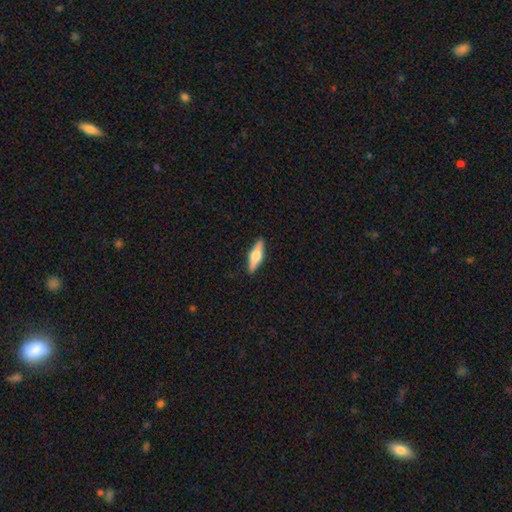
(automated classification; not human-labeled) Smooth or featured?
  - featured or disk: 56% *
  - smooth: 37%
  - star or artifact: 6%
Edge-on disk?
  - yes: 96% *
  - no: 4%
Edge-on bulge?
  - rounded: 89% *
  - boxy: 9%
  - none: 2%
Merging?
  - none: 90% *
  - minor disturbance: 7%
  - major disturbance: 2%
  - merger: 1%